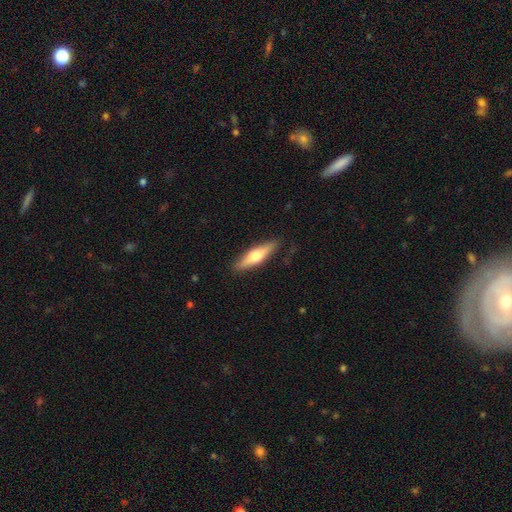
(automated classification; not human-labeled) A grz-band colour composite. It shows a smooth galaxy with no disk features (52%) that is cigar-shaped (71%). Merging: none (86%).